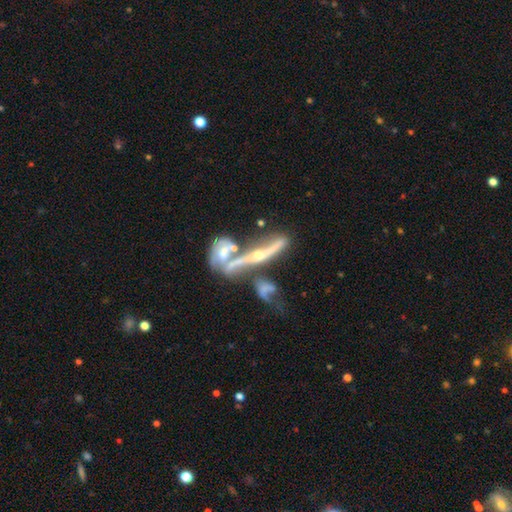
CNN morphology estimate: Smooth or featured? Predicted: featured or disk (p=0.78). Edge-on disk? Predicted: yes (p=0.71). Edge-on bulge? Predicted: rounded (p=0.87). Merging? Predicted: merger (p=0.52).